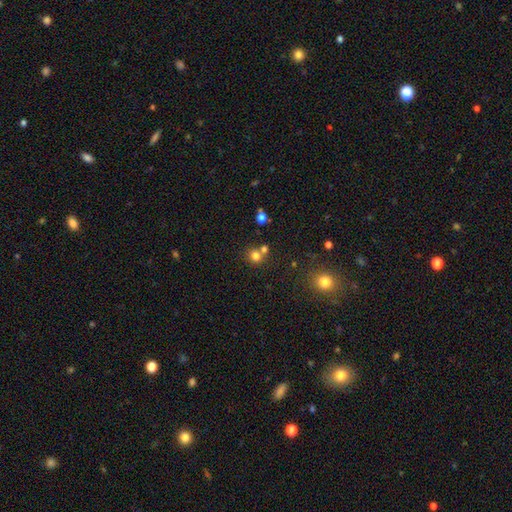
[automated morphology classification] smooth-or-featured: smooth: 76% | star or artifact: 16% | featured or disk: 8%
  how-rounded: round: 83% | in between: 17% | cigar-shaped: 1%
  merging: none: 55% | merger: 34% | minor disturbance: 8% | major disturbance: 3%